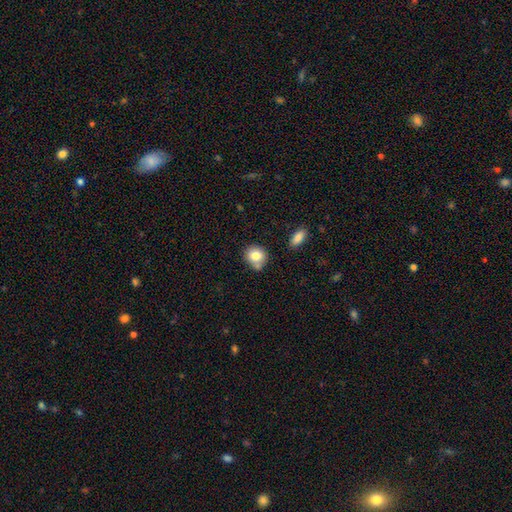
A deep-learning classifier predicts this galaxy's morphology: A smooth galaxy with no disk features (79%) that is round (77%).

Vote fractions:
- Smooth or featured? smooth: 79% / featured or disk: 12% / star or artifact: 9%
- How rounded? round: 77% / in between: 22% / cigar-shaped: 1%
- Merging? none: 61% / minor disturbance: 18% / merger: 17% / major disturbance: 4%